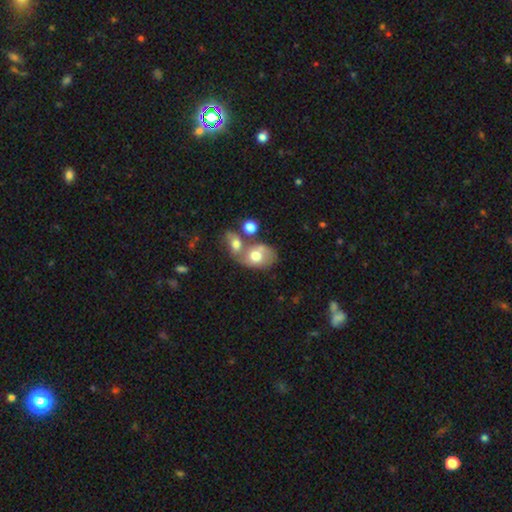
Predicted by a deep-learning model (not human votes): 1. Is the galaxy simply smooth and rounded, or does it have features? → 60% smooth, 31% featured or disk, 9% star or artifact.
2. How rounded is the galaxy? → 73% in between, 26% round, 1% cigar-shaped.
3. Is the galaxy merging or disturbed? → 52% merger, 27% none, 13% minor disturbance, 8% major disturbance.